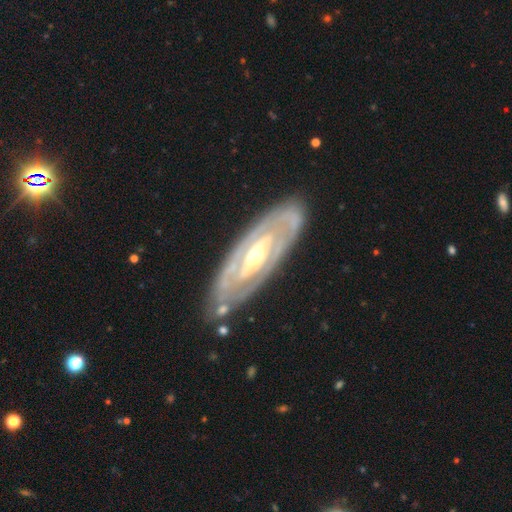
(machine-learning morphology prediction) This appears to be a featured or disk galaxy (86%) with no bar (38%), 2 (59%) tight (65%) spiral arms (73%) and a moderate central bulge (70%). Merging: none (80%).